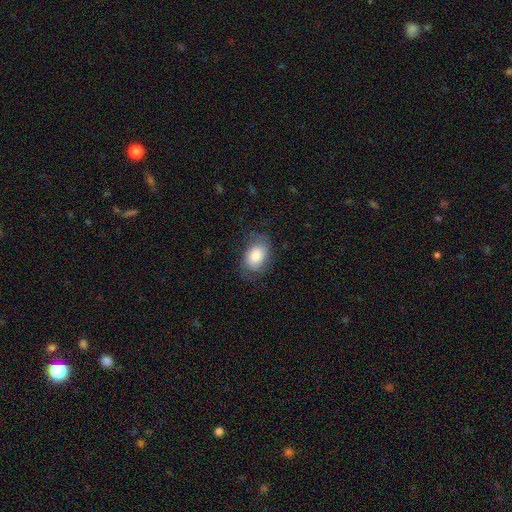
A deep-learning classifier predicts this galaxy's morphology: smooth 72%, featured or disk 21%, star or artifact 7%. Down the decision tree: how rounded — in between (80%); merging — none (66%).